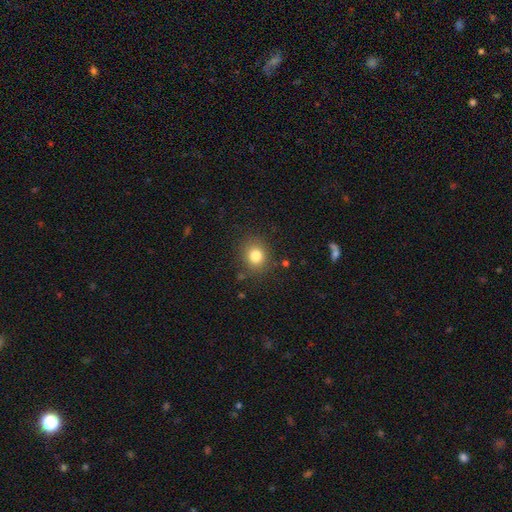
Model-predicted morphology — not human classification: This appears to be a smooth galaxy with no disk features (81%) that is round (75%). Merging: none (85%).